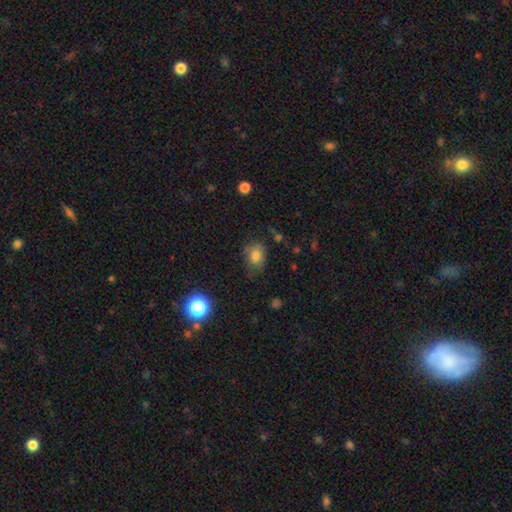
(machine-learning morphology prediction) A smooth galaxy with no disk features (76%) that is in between round and cigar-shaped (60%).

Vote fractions:
- Smooth or featured? smooth: 76% / featured or disk: 12% / star or artifact: 12%
- How rounded? in between: 60% / round: 39% / cigar-shaped: 1%
- Merging? none: 59% / minor disturbance: 27% / major disturbance: 11% / merger: 3%